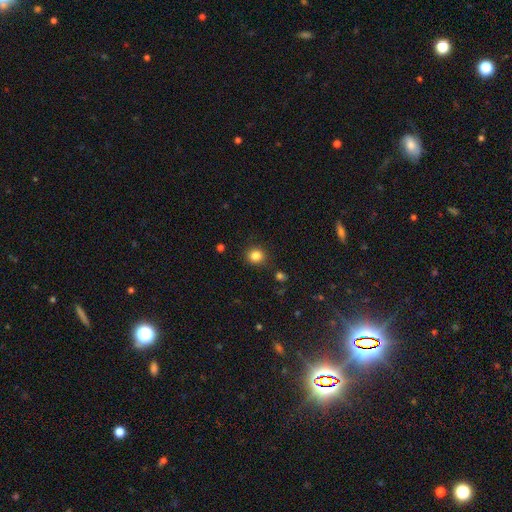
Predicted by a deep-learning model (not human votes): This appears to be a smooth galaxy with no disk features (84%) that is round (89%). Merging: none (88%).